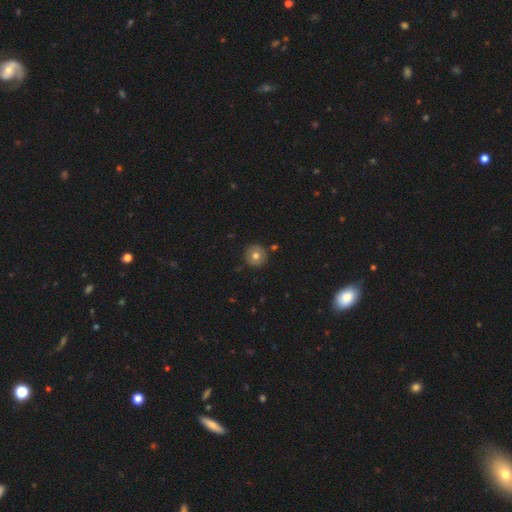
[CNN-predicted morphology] This appears to be a smooth galaxy with no disk features (71%) that is round (94%). Merging: none (88%).